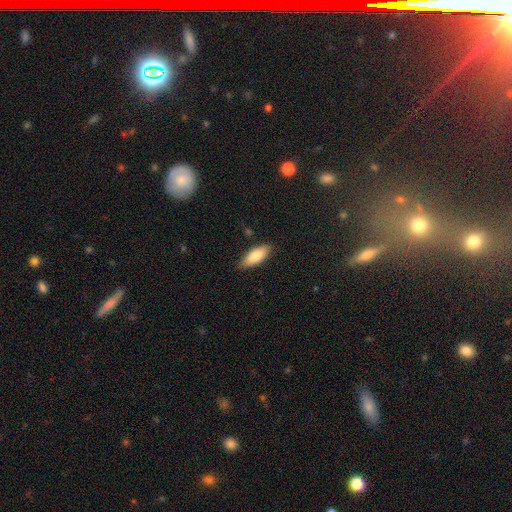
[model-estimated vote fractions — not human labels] Smooth or featured: smooth — 79% (featured or disk — 15%)
How rounded: in between — 78% (cigar-shaped — 20%)
Merging: none — 83% (minor disturbance — 13%)